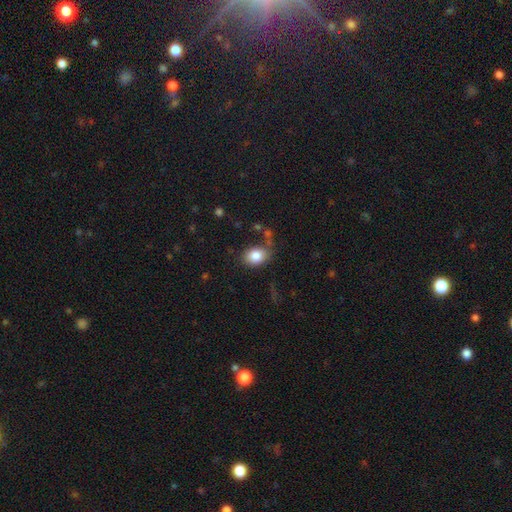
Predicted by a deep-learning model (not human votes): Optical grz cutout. It shows a smooth galaxy with no disk features (83%) that is in between round and cigar-shaped (71%). Merging: none (71%).